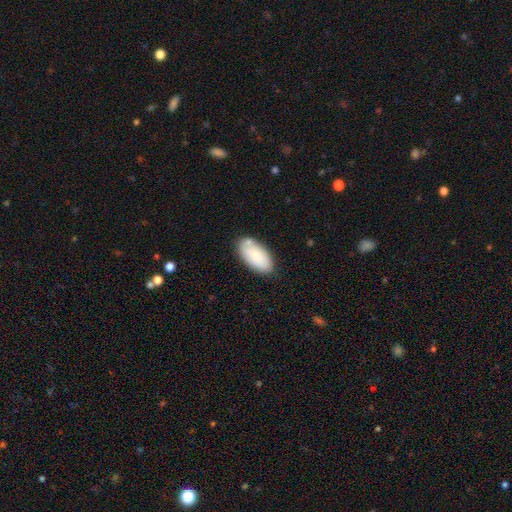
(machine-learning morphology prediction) type=smooth (73%); roundness=in between (95%); merging=none (75%).